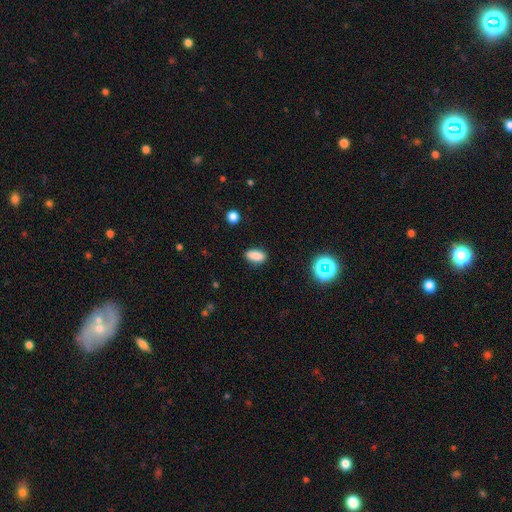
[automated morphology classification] Q: Smooth or featured?
A: smooth (85%); runner-up: star or artifact (10%)
Q: How rounded?
A: in between (87%); runner-up: cigar-shaped (7%)
Q: Merging?
A: none (87%); runner-up: minor disturbance (10%)